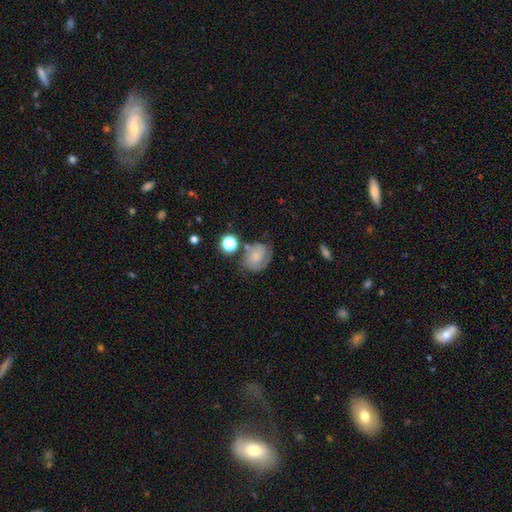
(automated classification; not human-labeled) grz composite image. It shows a smooth galaxy with no disk features (48%). Merging: none (59%).